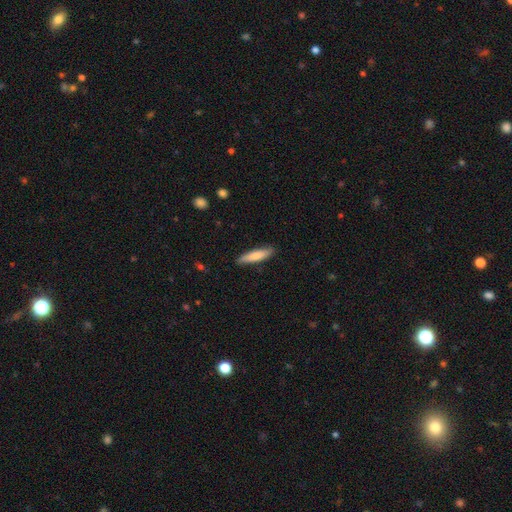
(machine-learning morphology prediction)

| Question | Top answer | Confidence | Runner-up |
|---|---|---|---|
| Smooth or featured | smooth | 77% | featured or disk (18%) |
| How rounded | cigar-shaped | 79% | in between (19%) |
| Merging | none | 86% | minor disturbance (11%) |